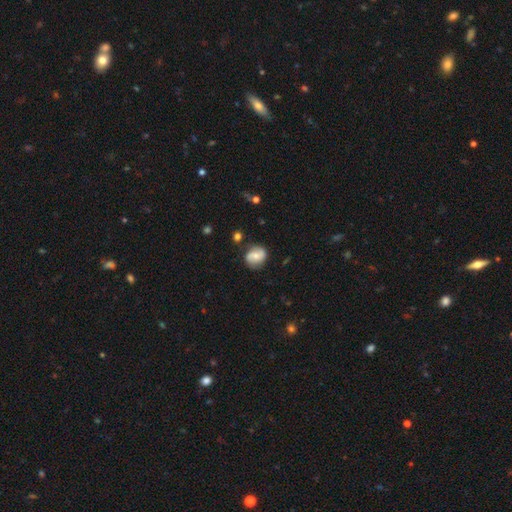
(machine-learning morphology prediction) smooth_or_featured: featured or disk (p=0.54) [alt: smooth p=0.38]
disk_edge_on: no (p=0.97) [alt: yes p=0.03]
bar: no (p=0.52) [alt: weak p=0.38]
has_spiral_arms: yes (p=0.86) [alt: no p=0.14]
bulge_size: moderate (p=0.49) [alt: small p=0.42]
merging: none (p=0.76) [alt: minor disturbance p=0.17]